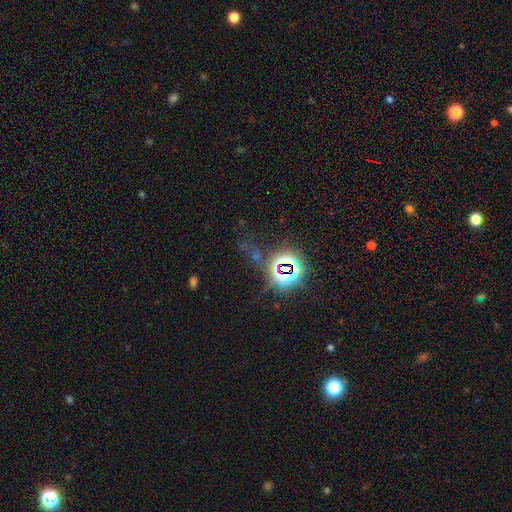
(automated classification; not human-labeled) This appears to be a star or artifact, not a galaxy (78%).